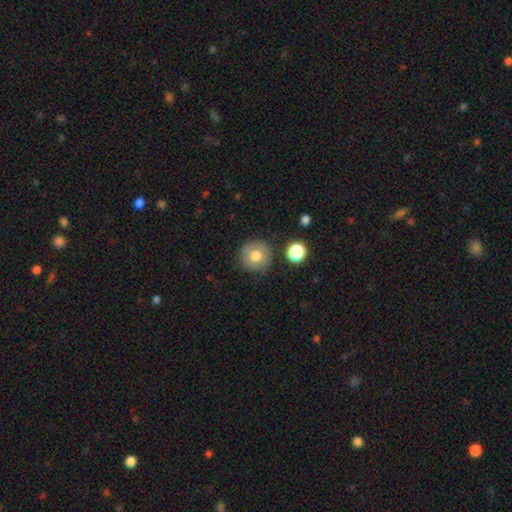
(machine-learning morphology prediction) Overall: smooth (73%). How rounded: round (94%). Merging: none (84%).